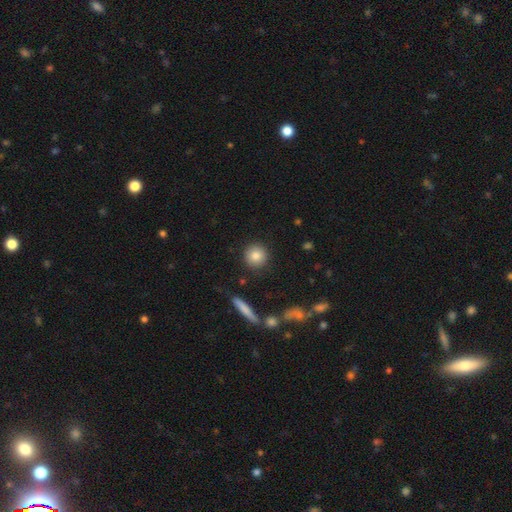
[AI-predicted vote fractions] A smooth galaxy with no disk features (84%) that is round (91%).

Vote fractions:
- Smooth or featured? smooth: 84% / featured or disk: 8% / star or artifact: 8%
- How rounded? round: 91% / in between: 7% / cigar-shaped: 2%
- Merging? none: 90% / minor disturbance: 6% / major disturbance: 2% / merger: 2%